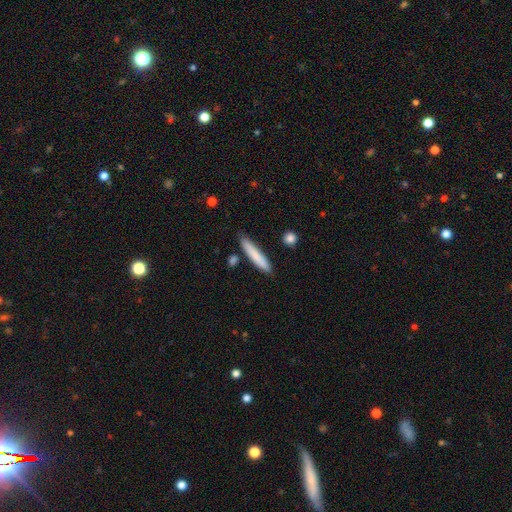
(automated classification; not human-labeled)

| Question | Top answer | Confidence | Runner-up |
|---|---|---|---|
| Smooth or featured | smooth | 81% | featured or disk (14%) |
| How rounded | cigar-shaped | 91% | in between (7%) |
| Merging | none | 84% | minor disturbance (11%) |